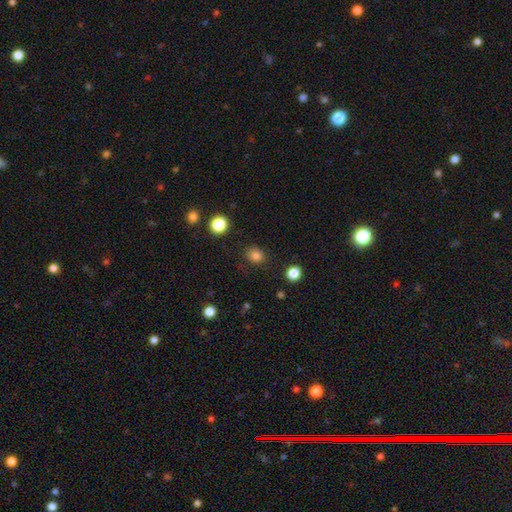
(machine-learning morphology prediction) Overall: smooth (83%). How rounded: round (75%). Merging: none (85%).